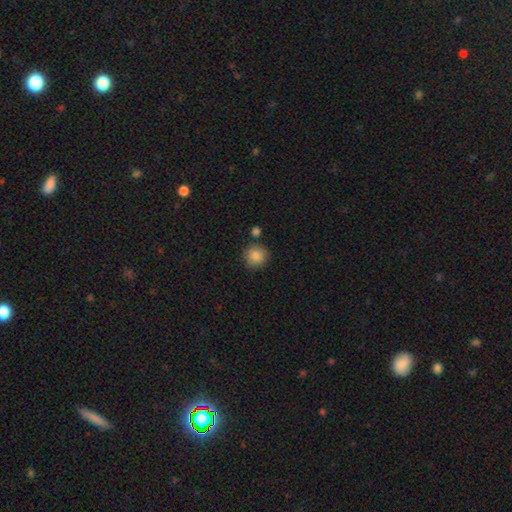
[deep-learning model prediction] Smooth or featured?
  - smooth: 87% *
  - star or artifact: 8%
  - featured or disk: 4%
How rounded?
  - round: 93% *
  - in between: 6%
  - cigar-shaped: 1%
Merging?
  - none: 83% *
  - minor disturbance: 8%
  - merger: 6%
  - major disturbance: 2%